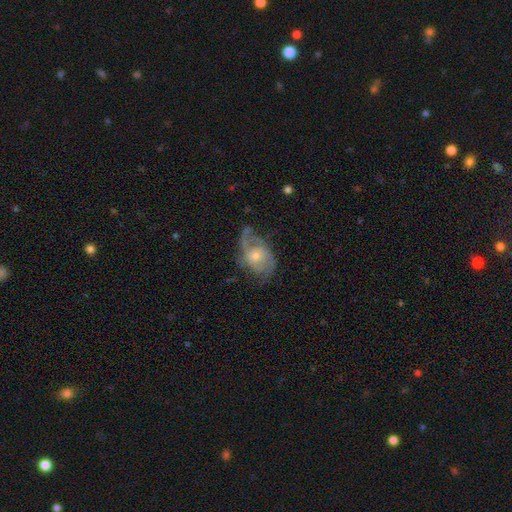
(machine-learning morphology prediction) Smooth or featured?
  - featured or disk: 82% *
  - smooth: 12%
  - star or artifact: 6%
Edge-on disk?
  - no: 97% *
  - yes: 3%
Bar?
  - no: 69% *
  - weak: 26%
  - strong: 5%
Spiral arms?
  - yes: 93% *
  - no: 7%
Spiral winding?
  - medium: 46% *
  - loose: 32%
  - tight: 22%
Spiral arm count?
  - 2: 72% *
  - can't tell: 10%
  - 3: 7%
  - 1: 6%
  - 4: 2%
  - more than 4: 2%
Bulge size?
  - small: 56% *
  - moderate: 37%
  - large: 3%
  - none: 2%
  - dominant: 1%
Merging?
  - none: 57% *
  - minor disturbance: 23%
  - major disturbance: 18%
  - merger: 2%